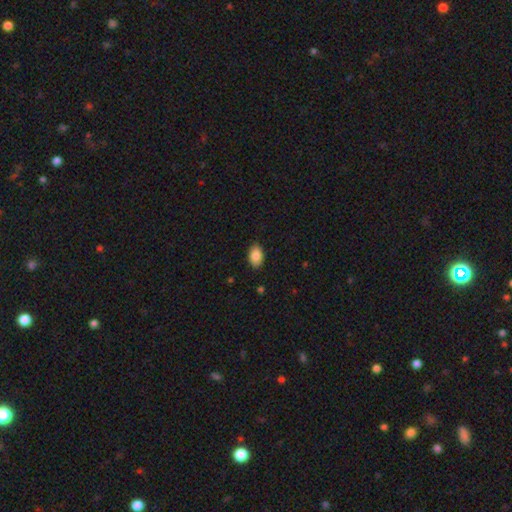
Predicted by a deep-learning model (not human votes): Overall: smooth (88%). How rounded: in between (91%). Merging: none (88%).